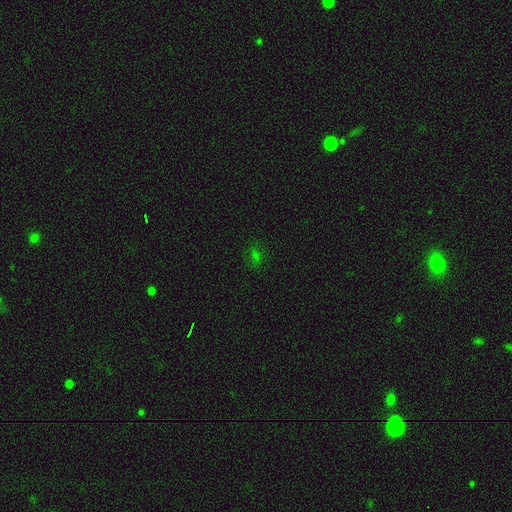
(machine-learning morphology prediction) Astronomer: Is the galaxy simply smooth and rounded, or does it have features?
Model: star or artifact — 48% (runner-up: smooth, 39%).